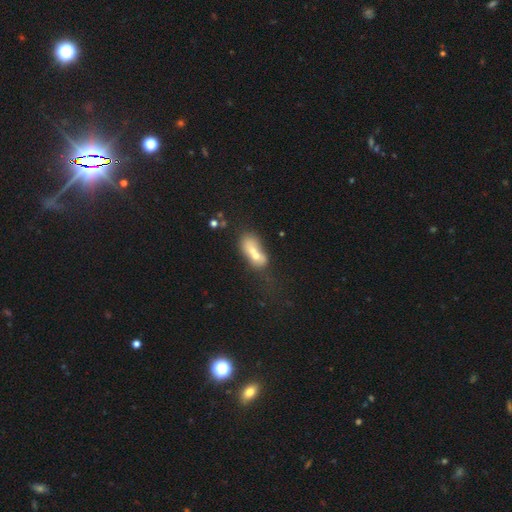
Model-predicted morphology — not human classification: Smooth or featured? Predicted: smooth (p=0.60). How rounded? Predicted: in between (p=0.72). Merging? Predicted: merger (p=0.69).